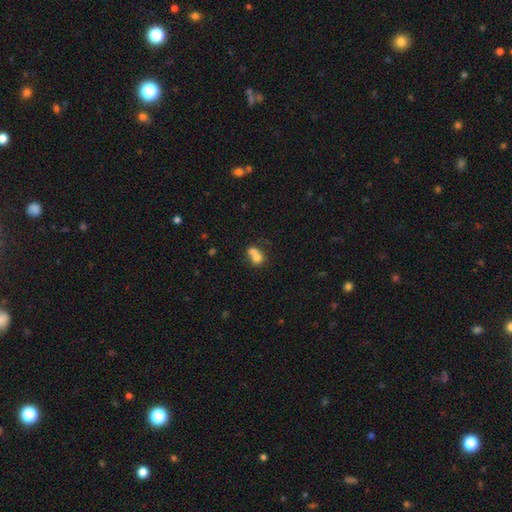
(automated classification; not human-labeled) A smooth galaxy with no disk features (71%) that is round (55%).

Vote fractions:
- Smooth or featured? smooth: 71% / featured or disk: 18% / star or artifact: 11%
- How rounded? round: 55% / in between: 44% / cigar-shaped: 1%
- Merging? merger: 66% / none: 22% / minor disturbance: 8% / major disturbance: 5%